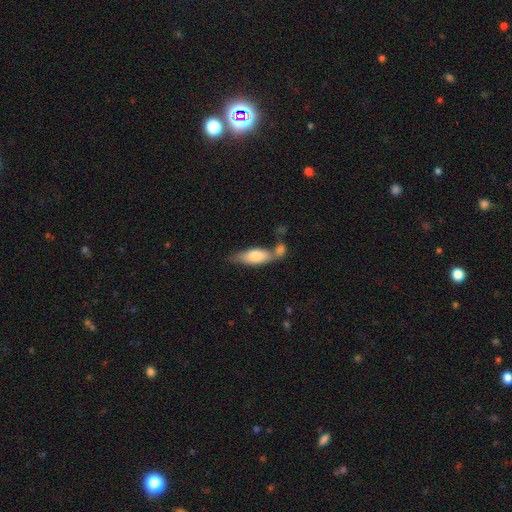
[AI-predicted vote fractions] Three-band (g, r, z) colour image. It shows a smooth galaxy with no disk features (69%) that is in between round and cigar-shaped (68%). Merging: merger (39%).